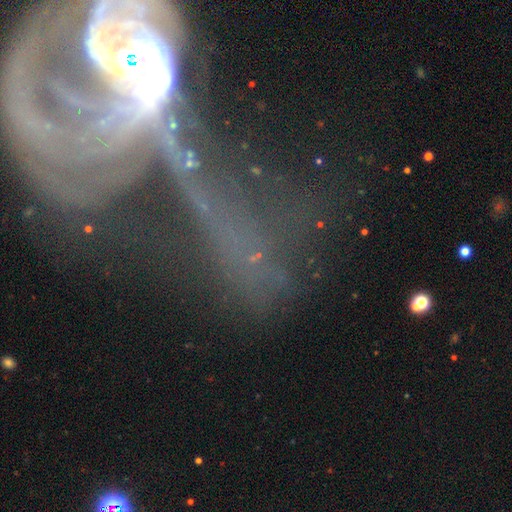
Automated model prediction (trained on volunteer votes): smooth-or-featured: featured or disk: 48% | star or artifact: 33% | smooth: 19%
  merging: none: 37% | major disturbance: 29% | merger: 19% | minor disturbance: 15%